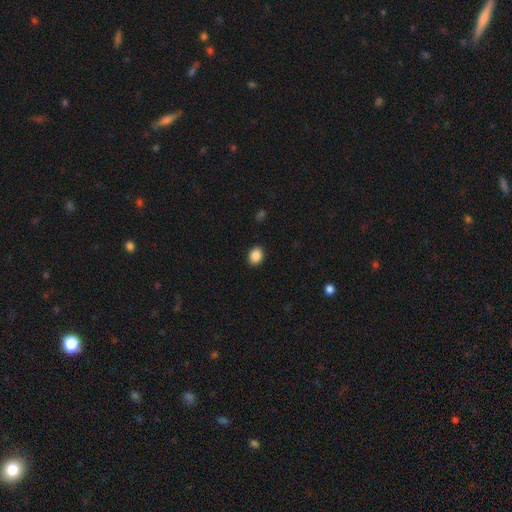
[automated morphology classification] Smooth or featured? Predicted: smooth (p=0.88). How rounded? Predicted: in between (p=0.60). Merging? Predicted: none (p=0.90).